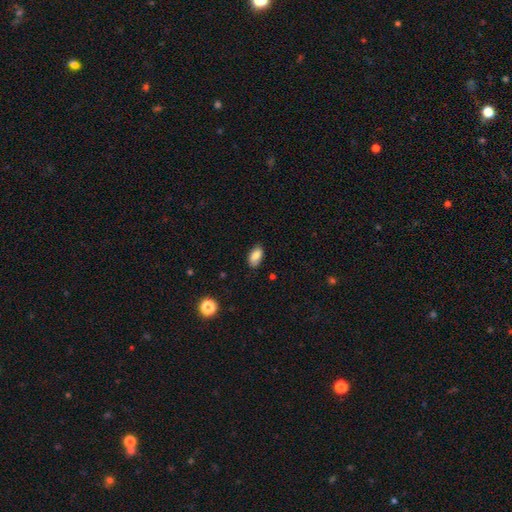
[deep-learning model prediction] smooth 86%, star or artifact 8%, featured or disk 6%. Down the decision tree: how rounded — in between (93%); merging — none (80%).